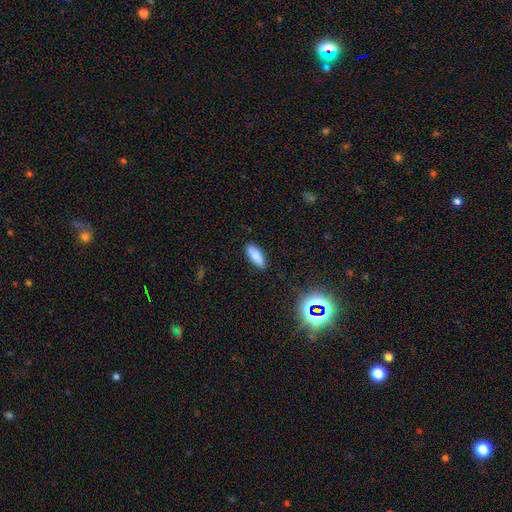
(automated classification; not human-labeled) This is clearly a smooth galaxy (84%). How rounded: likely in between (66%). Merging: clearly none (86%).